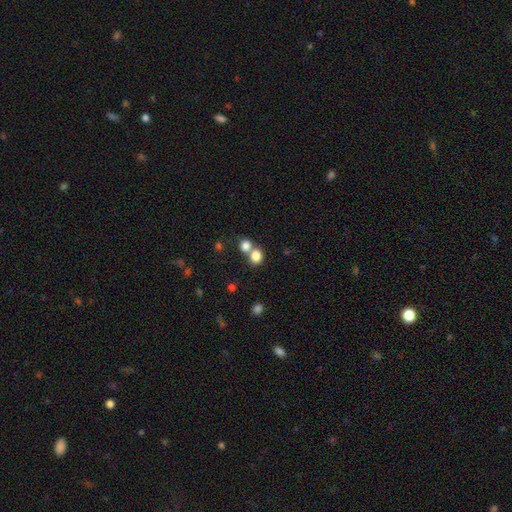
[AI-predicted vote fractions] Smooth or featured? Predicted: smooth (p=0.81). How rounded? Predicted: round (p=0.72). Merging? Predicted: merger (p=0.47).